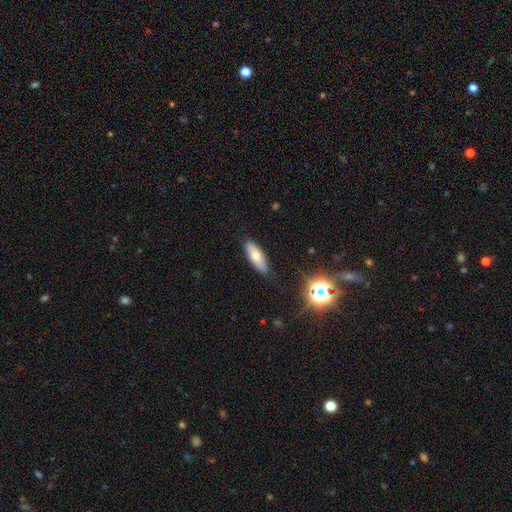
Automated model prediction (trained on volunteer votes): Smooth or featured? Predicted: smooth (p=0.69). How rounded? Predicted: in between (p=0.59). Merging? Predicted: none (p=0.86).